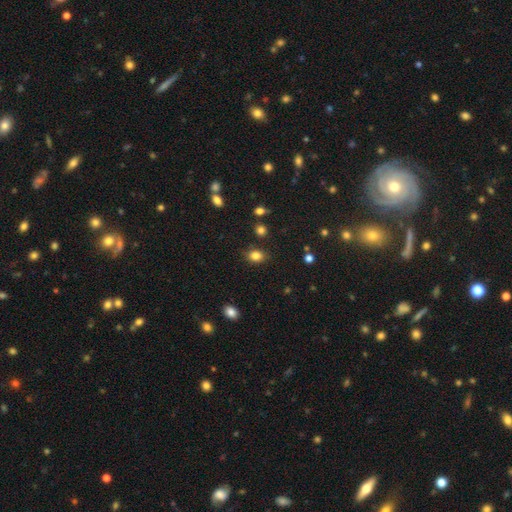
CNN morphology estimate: This is clearly a smooth galaxy (83%). How rounded: possibly in between (52%). Merging: clearly none (82%).